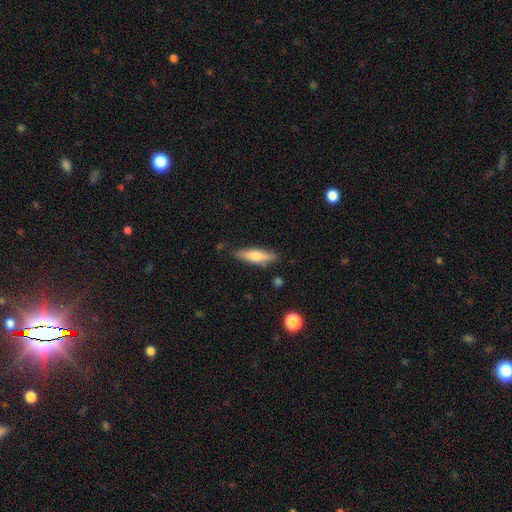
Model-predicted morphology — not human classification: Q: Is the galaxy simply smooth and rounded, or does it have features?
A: smooth — 62%.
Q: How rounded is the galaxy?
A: cigar-shaped — 65%.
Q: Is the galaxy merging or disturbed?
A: none — 84%.